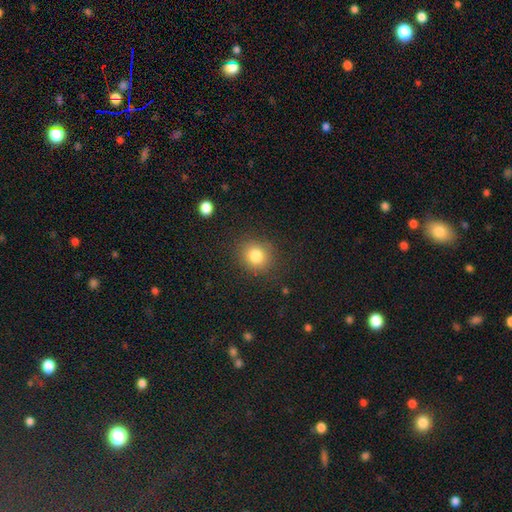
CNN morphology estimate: This is clearly a smooth galaxy (81%). How rounded: clearly round (81%). Merging: clearly none (86%).